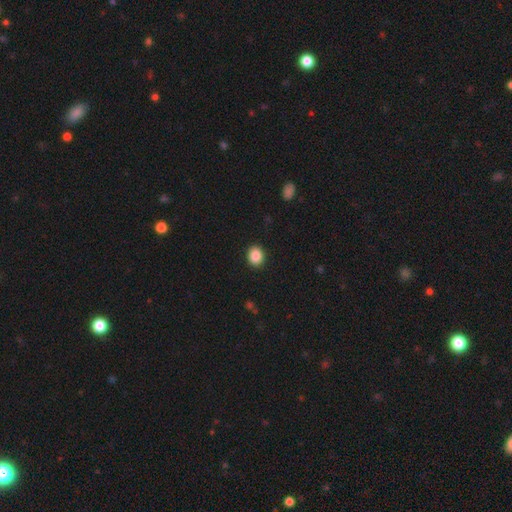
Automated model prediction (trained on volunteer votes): This is clearly a smooth galaxy (88%). How rounded: possibly round (57%). Merging: clearly none (91%).